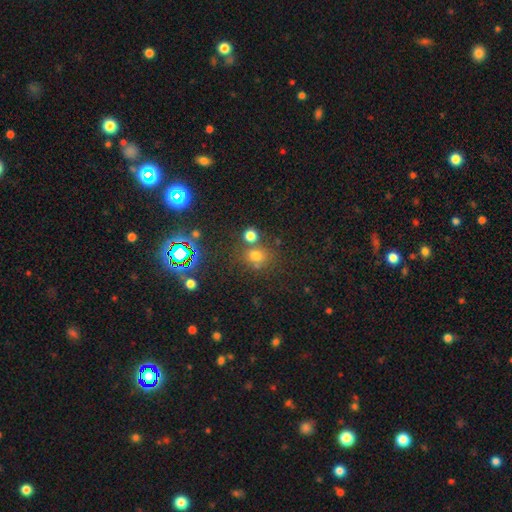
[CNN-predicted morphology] Smooth or featured? Predicted: smooth (p=0.65). How rounded? Predicted: round (p=0.76). Merging? Predicted: none (p=0.63).